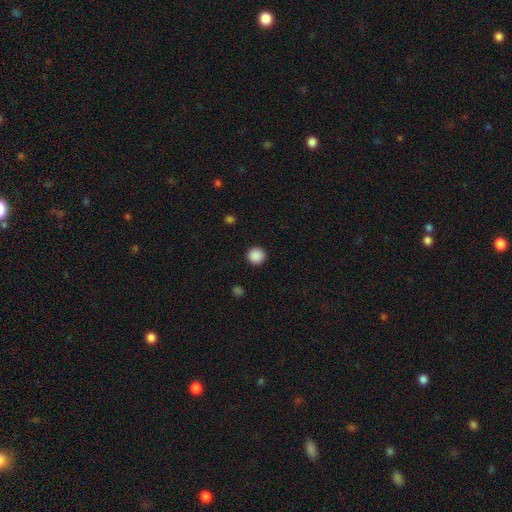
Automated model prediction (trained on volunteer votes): Q: Smooth or featured?
A: smooth (88%); runner-up: star or artifact (9%)
Q: How rounded?
A: round (96%); runner-up: in between (4%)
Q: Merging?
A: none (93%); runner-up: minor disturbance (4%)